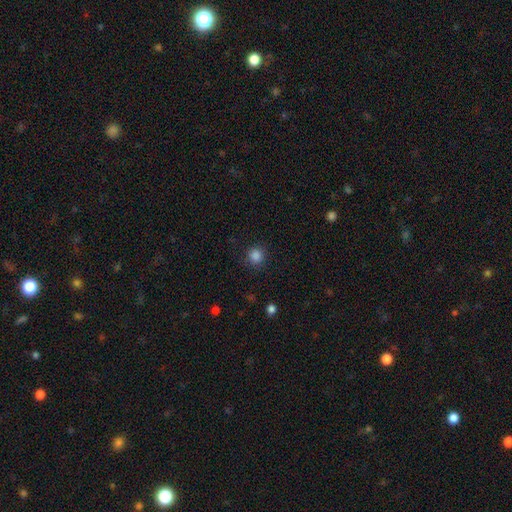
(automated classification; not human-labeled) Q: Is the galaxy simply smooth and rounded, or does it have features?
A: smooth — 85%.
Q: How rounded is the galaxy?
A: round — 92%.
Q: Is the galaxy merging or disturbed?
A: none — 87%.